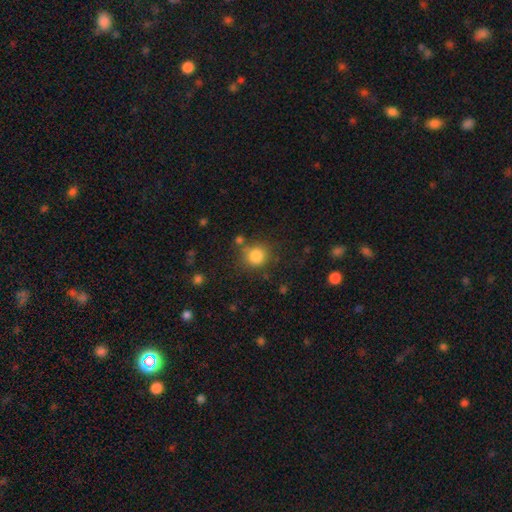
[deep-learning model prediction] smooth-or-featured: smooth: 84% | star or artifact: 11% | featured or disk: 5%
  how-rounded: round: 86% | in between: 14% | cigar-shaped: 1%
  merging: none: 76% | minor disturbance: 12% | merger: 7% | major disturbance: 5%